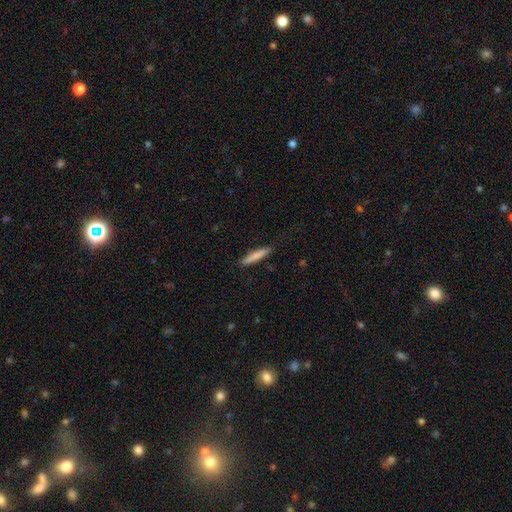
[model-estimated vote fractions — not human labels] This appears to be a smooth galaxy with no disk features (78%) that is cigar-shaped (91%). Merging: none (86%).